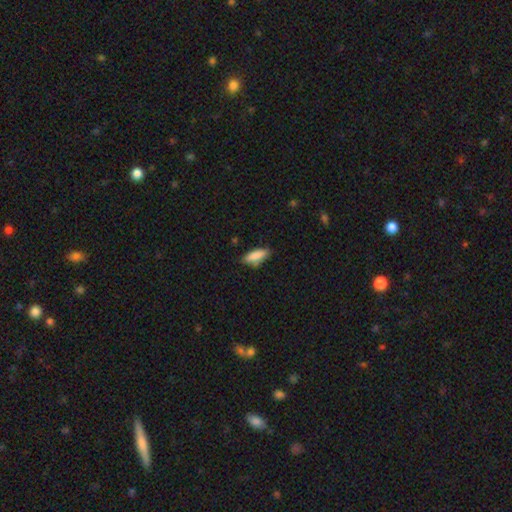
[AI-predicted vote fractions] Morphology: type=smooth (87%); roundness=in between (67%); merging=none (73%).